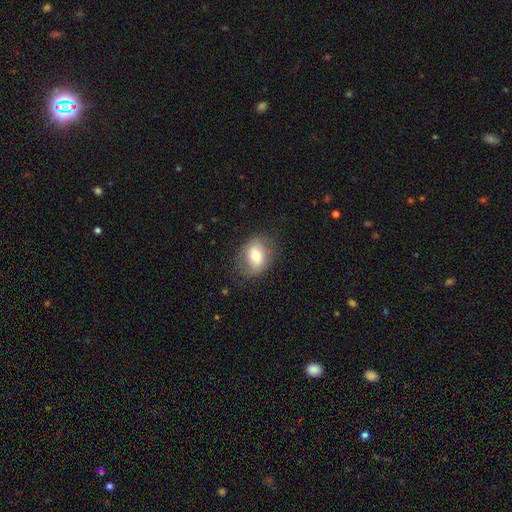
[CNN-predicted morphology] Smooth or featured: smooth — 67% (featured or disk — 25%)
How rounded: in between — 62% (round — 37%)
Merging: none — 74% (minor disturbance — 18%)